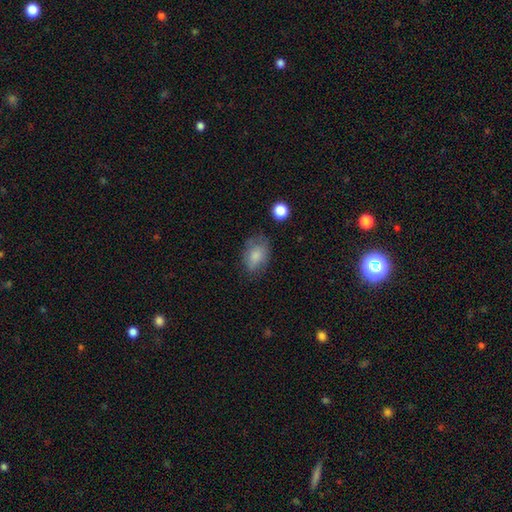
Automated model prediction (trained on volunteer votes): smooth 78%, featured or disk 14%, star or artifact 9%. Down the decision tree: how rounded — in between (80%); merging — none (61%).